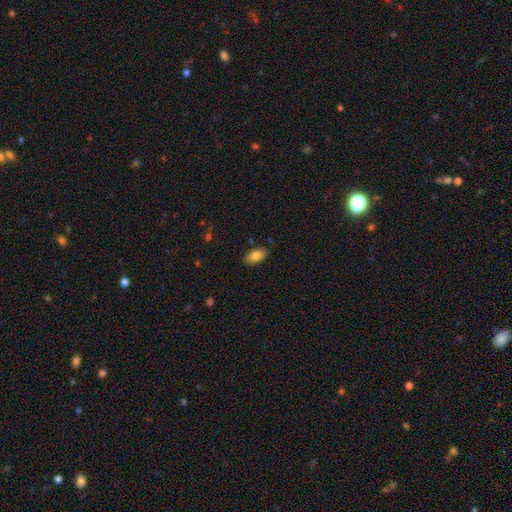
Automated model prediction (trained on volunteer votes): Q: Smooth or featured?
A: smooth (83%); runner-up: featured or disk (10%)
Q: How rounded?
A: in between (93%); runner-up: round (4%)
Q: Merging?
A: none (86%); runner-up: minor disturbance (10%)